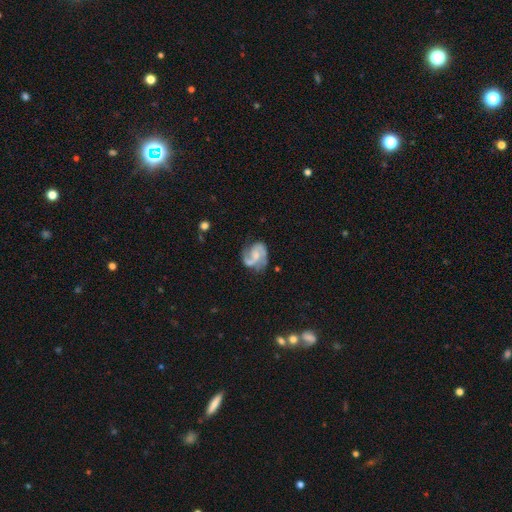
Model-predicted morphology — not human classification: Q: Smooth or featured?
A: featured or disk (80%); runner-up: smooth (14%)
Q: Edge-on disk?
A: no (98%); runner-up: yes (2%)
Q: Bar?
A: no (48%); runner-up: weak (41%)
Q: Spiral arms?
A: yes (94%); runner-up: no (6%)
Q: Spiral winding?
A: medium (51%); runner-up: loose (29%)
Q: Spiral arm count?
A: 2 (82%); runner-up: 1 (6%)
Q: Bulge size?
A: small (40%); runner-up: moderate (34%)
Q: Merging?
A: none (57%); runner-up: minor disturbance (24%)